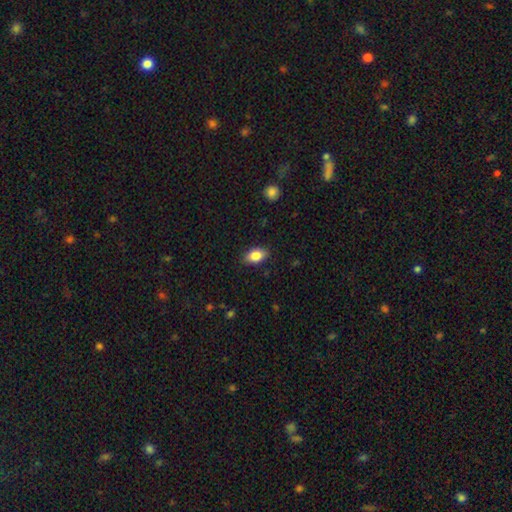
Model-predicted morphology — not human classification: This is clearly a smooth galaxy (85%). How rounded: clearly in between (89%). Merging: clearly none (87%).